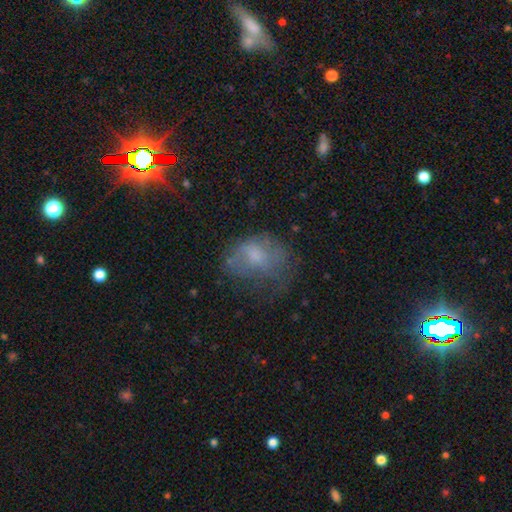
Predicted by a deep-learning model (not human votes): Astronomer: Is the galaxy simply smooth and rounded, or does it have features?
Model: smooth — 53% (runner-up: featured or disk, 33%).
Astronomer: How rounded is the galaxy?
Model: in between — 69%.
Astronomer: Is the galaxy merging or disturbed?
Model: none — 37% (runner-up: major disturbance, 31%).